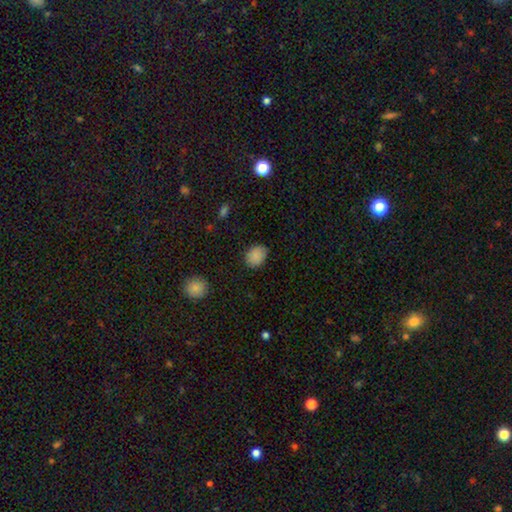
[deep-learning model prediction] Smooth or featured: smooth — 88% (star or artifact — 9%)
How rounded: in between — 57% (round — 43%)
Merging: none — 82% (minor disturbance — 14%)